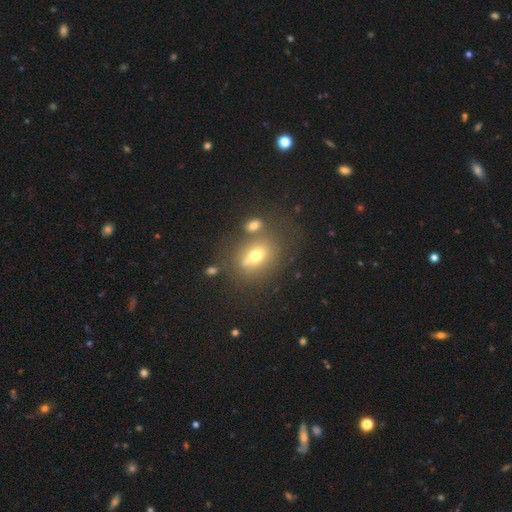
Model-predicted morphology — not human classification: smooth 61%, featured or disk 25%, star or artifact 14%. Down the decision tree: how rounded — in between (54%); merging — none (55%).